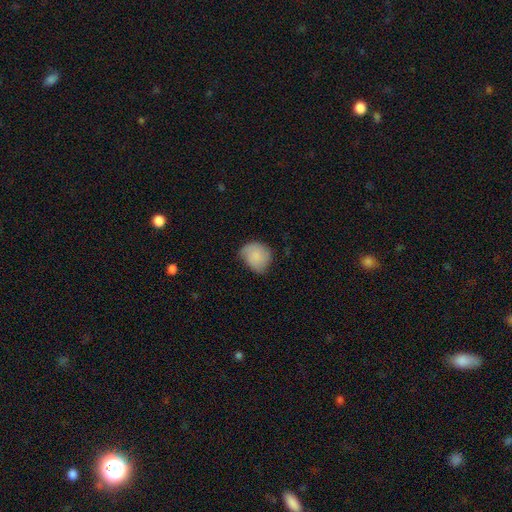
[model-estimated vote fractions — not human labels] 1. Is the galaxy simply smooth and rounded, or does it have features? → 80% smooth, 14% featured or disk, 7% star or artifact.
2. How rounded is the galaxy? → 70% round, 29% in between, 1% cigar-shaped.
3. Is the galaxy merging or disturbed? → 47% none, 42% minor disturbance, 9% major disturbance, 2% merger.